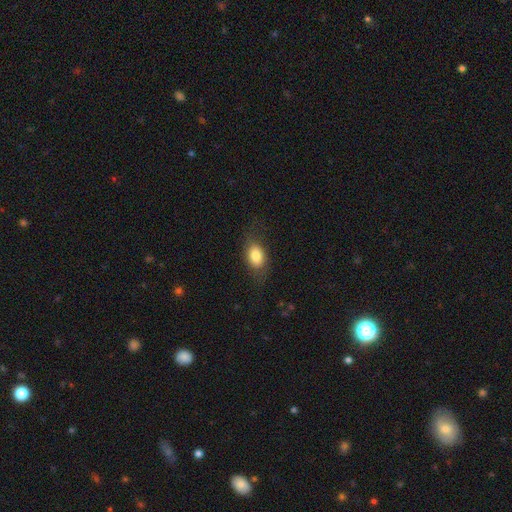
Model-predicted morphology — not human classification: Q: Smooth or featured?
A: smooth (81%); runner-up: featured or disk (11%)
Q: How rounded?
A: in between (82%); runner-up: round (16%)
Q: Merging?
A: none (71%); runner-up: minor disturbance (18%)